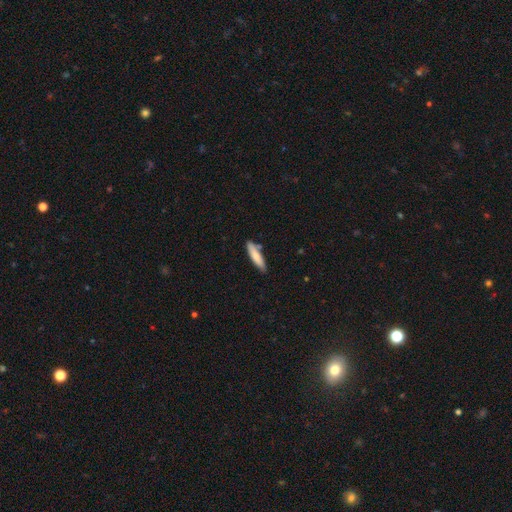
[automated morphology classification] Q: Smooth or featured?
A: smooth (79%); runner-up: featured or disk (15%)
Q: How rounded?
A: cigar-shaped (78%); runner-up: in between (21%)
Q: Merging?
A: none (80%); runner-up: minor disturbance (13%)